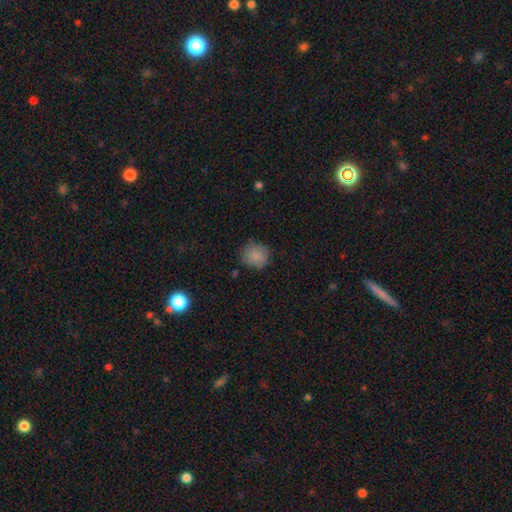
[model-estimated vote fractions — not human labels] smooth-or-featured: smooth: 85% | star or artifact: 9% | featured or disk: 5%
  how-rounded: round: 85% | in between: 14% | cigar-shaped: 1%
  merging: none: 82% | minor disturbance: 13% | major disturbance: 3% | merger: 2%